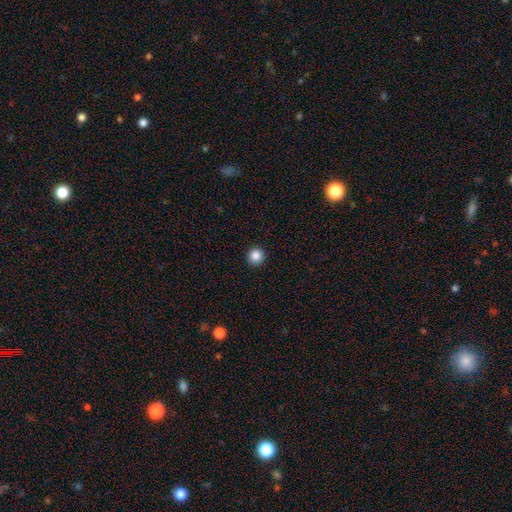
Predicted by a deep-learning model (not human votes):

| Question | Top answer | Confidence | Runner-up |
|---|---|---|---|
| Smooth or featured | smooth | 86% | star or artifact (11%) |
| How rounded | round | 96% | in between (3%) |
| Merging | none | 93% | minor disturbance (4%) |